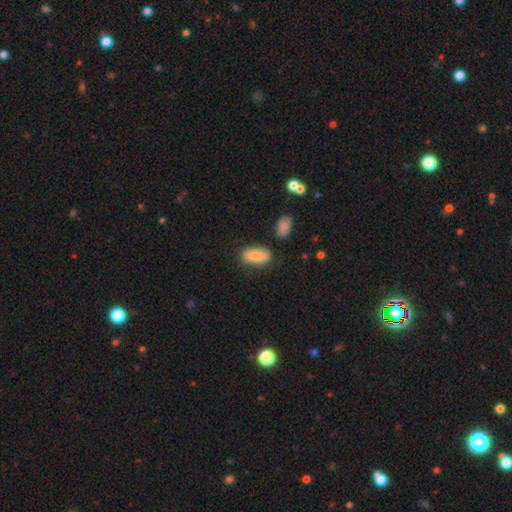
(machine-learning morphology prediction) smooth_or_featured: smooth (p=0.81) [alt: featured or disk p=0.12]
how_rounded: in between (p=0.90) [alt: cigar-shaped p=0.06]
merging: none (p=0.64) [alt: minor disturbance p=0.23]